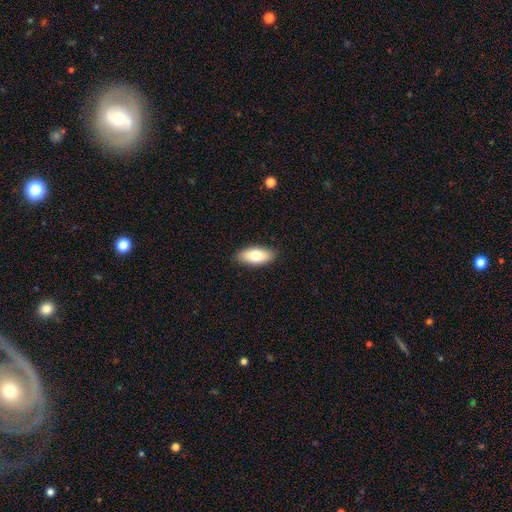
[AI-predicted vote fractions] smooth-or-featured: smooth: 77% | featured or disk: 17% | star or artifact: 6%
  how-rounded: in between: 86% | cigar-shaped: 11% | round: 2%
  merging: none: 89% | minor disturbance: 9% | major disturbance: 2% | merger: 1%